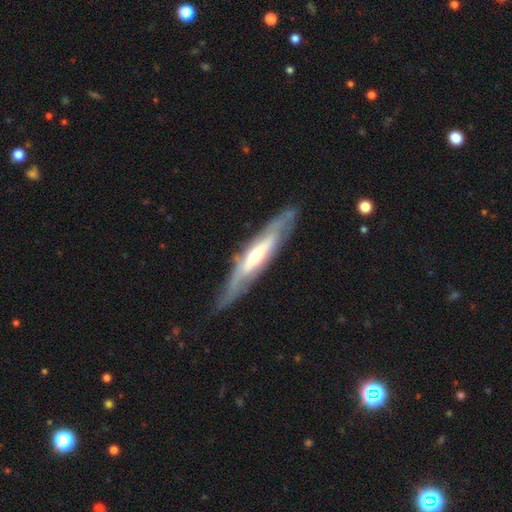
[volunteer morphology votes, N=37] featured or disk 84%, smooth 14%, star or artifact 3%. Down the decision tree: edge-on disk — yes (65%); edge-on bulge — rounded (55%); merging — none (81%).